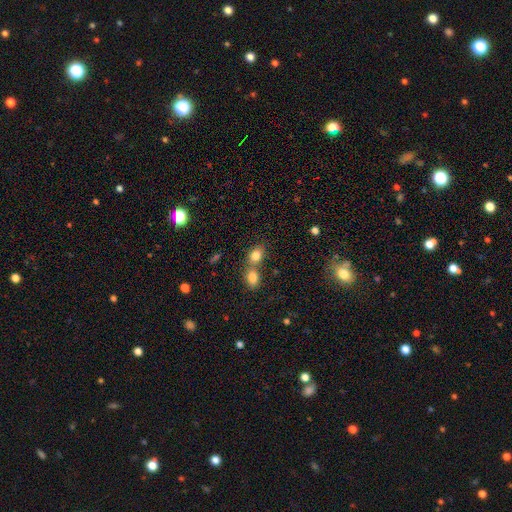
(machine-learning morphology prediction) This is clearly a smooth galaxy (81%). How rounded: likely in between (69%). Merging: possibly merger (49%).